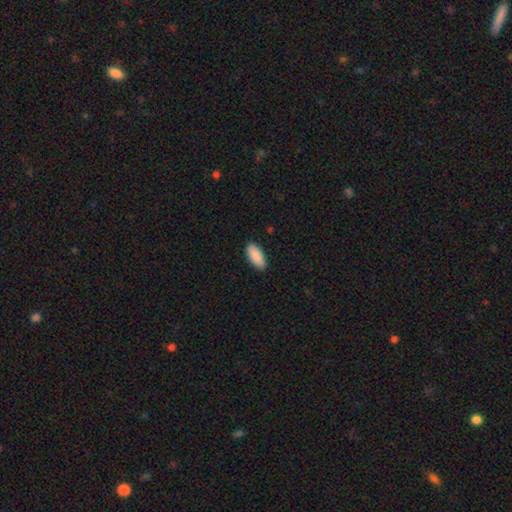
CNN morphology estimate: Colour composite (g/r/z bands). It shows a smooth galaxy with no disk features (91%) that is in between round and cigar-shaped (90%). Merging: none (90%).